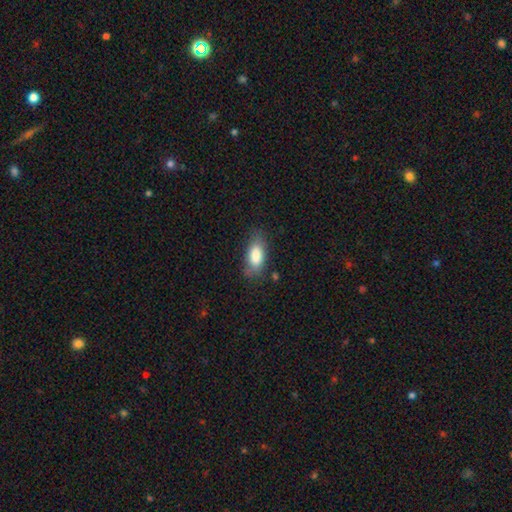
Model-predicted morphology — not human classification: Smooth or featured? smooth (83%)
How rounded? in between (85%)
Merging? none (70%)